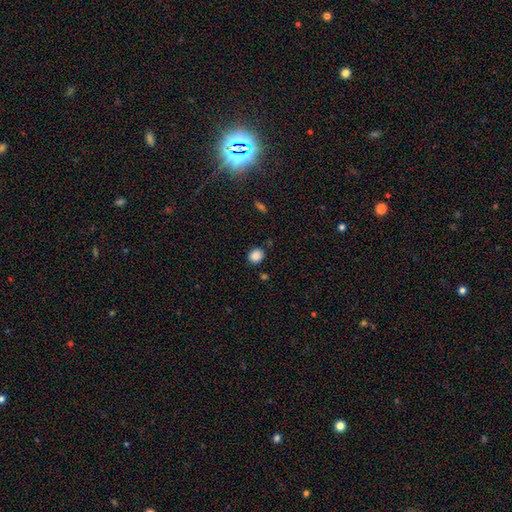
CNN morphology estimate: Smooth or featured: smooth — 87% (star or artifact — 10%)
How rounded: round — 65% (in between — 34%)
Merging: none — 83% (minor disturbance — 11%)